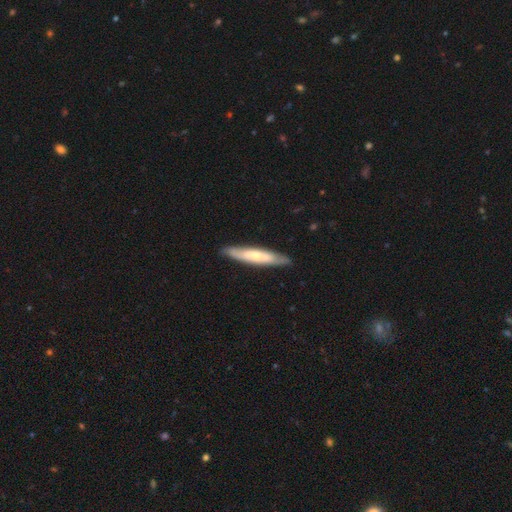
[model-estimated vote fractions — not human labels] Smooth or featured? smooth (52%)
How rounded? cigar-shaped (87%)
Merging? none (88%)